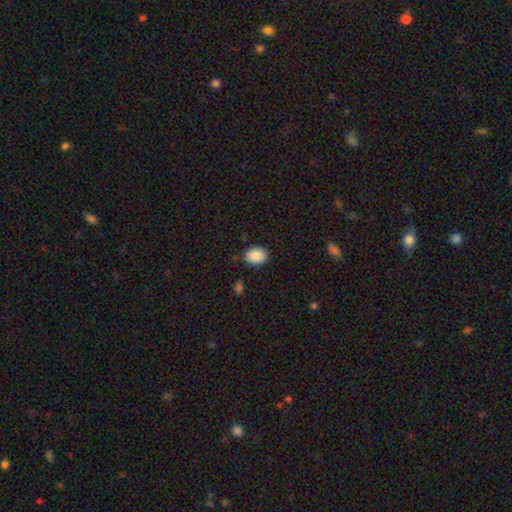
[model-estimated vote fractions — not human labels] A smooth galaxy with no disk features (89%) that is in between round and cigar-shaped (63%).

Vote fractions:
- Smooth or featured? smooth: 89% / star or artifact: 7% / featured or disk: 4%
- How rounded? in between: 63% / round: 36% / cigar-shaped: 1%
- Merging? none: 84% / minor disturbance: 12% / major disturbance: 3% / merger: 2%